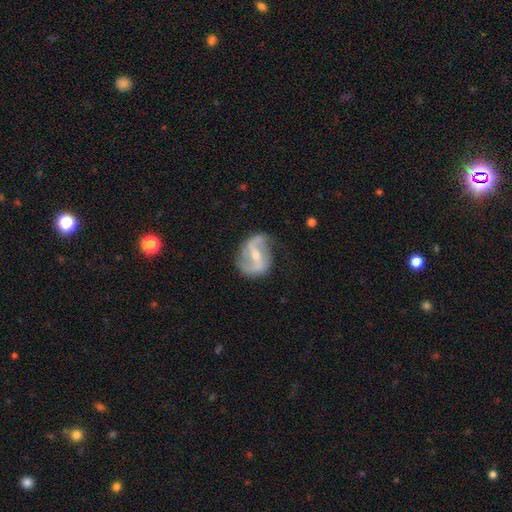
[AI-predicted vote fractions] This appears to be a featured or disk galaxy (86%) with a strong bar (45%), 2 (90%) loose (48%) spiral arms (93%) and a small central bulge (49%). Merging: none (71%).